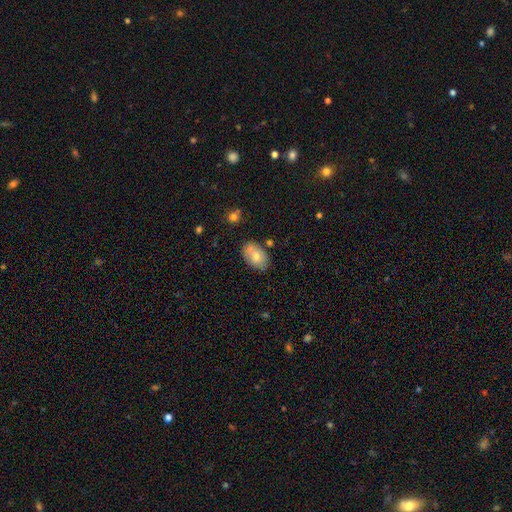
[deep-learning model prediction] Morphology: type=smooth (70%); roundness=in between (89%); merging=none (72%).